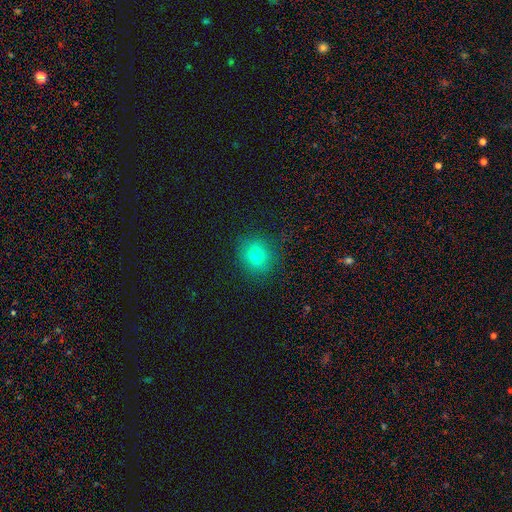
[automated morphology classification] Smooth or featured?
  - smooth: 78% *
  - star or artifact: 14%
  - featured or disk: 8%
How rounded?
  - round: 80% *
  - in between: 19%
  - cigar-shaped: 1%
Merging?
  - none: 84% *
  - minor disturbance: 11%
  - major disturbance: 4%
  - merger: 1%